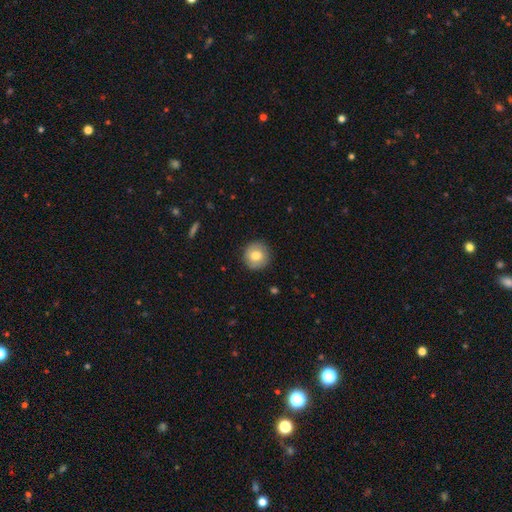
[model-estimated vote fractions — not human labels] This is likely a smooth galaxy (78%). How rounded: clearly round (94%). Merging: clearly none (90%).